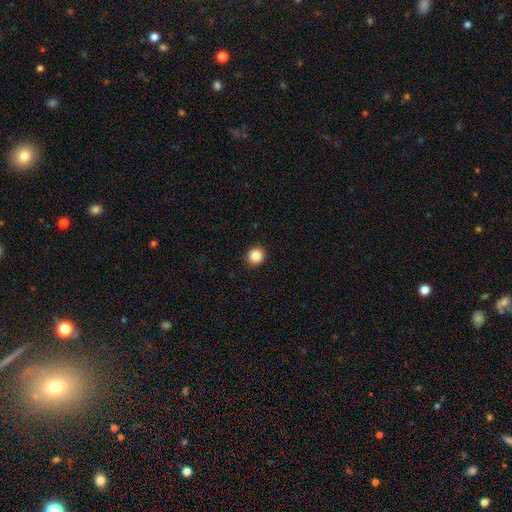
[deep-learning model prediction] A smooth galaxy with no disk features (87%) that is round (93%). Merging: none (91%).